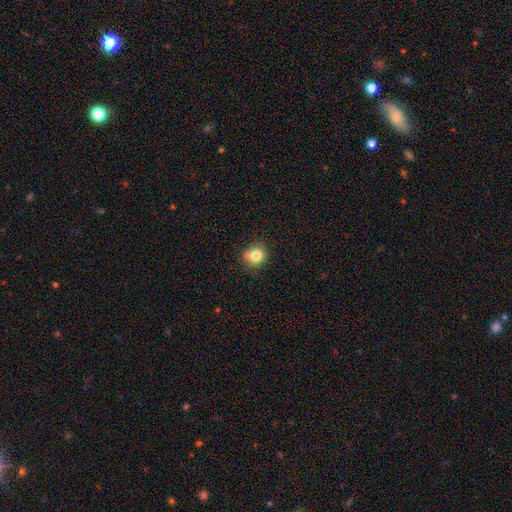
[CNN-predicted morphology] A smooth galaxy with no disk features (82%) that is round (87%). Merging: none (75%).